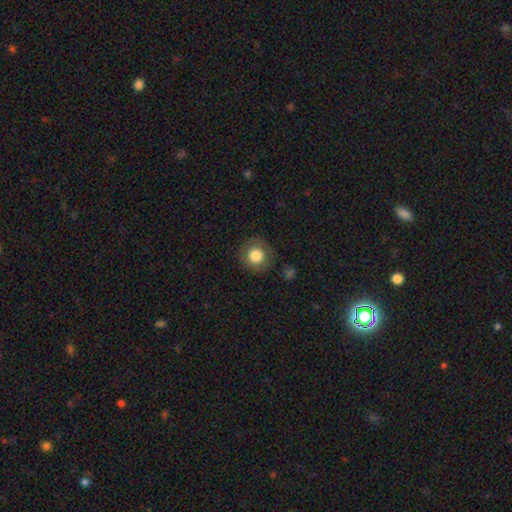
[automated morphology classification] Smooth or featured?
  - smooth: 78% *
  - featured or disk: 13%
  - star or artifact: 9%
How rounded?
  - round: 94% *
  - in between: 5%
  - cigar-shaped: 1%
Merging?
  - none: 86% *
  - minor disturbance: 9%
  - major disturbance: 4%
  - merger: 1%